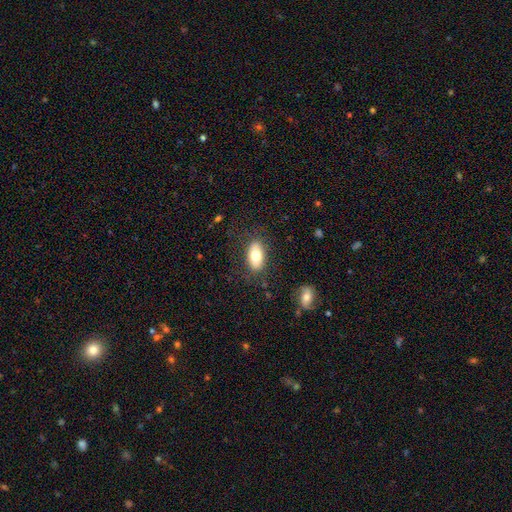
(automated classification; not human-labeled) Smooth or featured?
  - smooth: 74% *
  - featured or disk: 19%
  - star or artifact: 7%
How rounded?
  - in between: 90% *
  - round: 5%
  - cigar-shaped: 5%
Merging?
  - none: 82% *
  - minor disturbance: 12%
  - major disturbance: 4%
  - merger: 2%